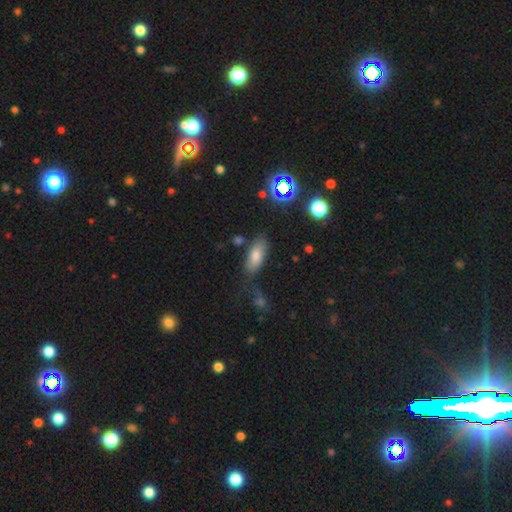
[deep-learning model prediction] The model was most divided on "merging": none: 70%, minor disturbance: 18%, major disturbance: 6%, merger: 6%. More confident: how rounded — in between (80%); smooth or featured — smooth (72%).